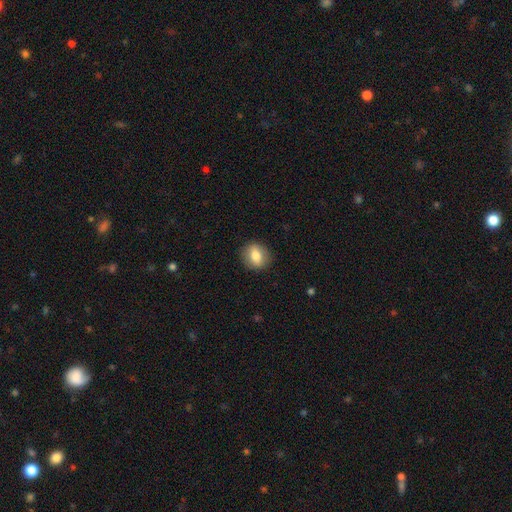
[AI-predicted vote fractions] Q: Smooth or featured?
A: smooth (77%); runner-up: featured or disk (15%)
Q: How rounded?
A: round (65%); runner-up: in between (34%)
Q: Merging?
A: none (88%); runner-up: minor disturbance (8%)